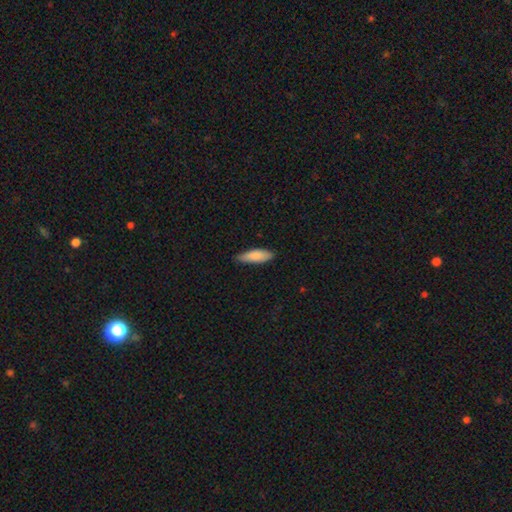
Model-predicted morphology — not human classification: smooth 86%, featured or disk 8%, star or artifact 6%. Down the decision tree: how rounded — in between (56%); merging — none (76%).